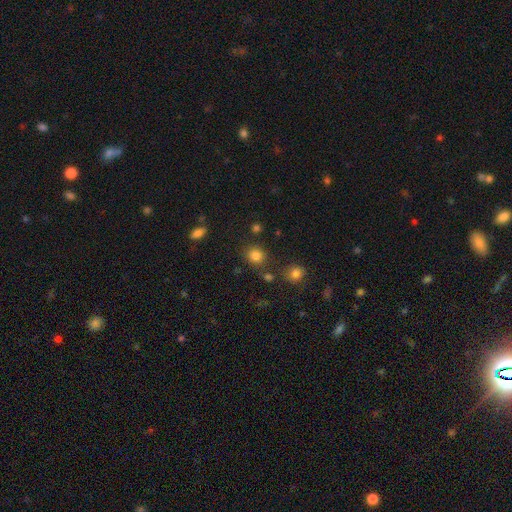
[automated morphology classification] smooth-or-featured: smooth: 82% | star or artifact: 13% | featured or disk: 5%
  how-rounded: round: 83% | in between: 16% | cigar-shaped: 1%
  merging: none: 78% | minor disturbance: 10% | merger: 8% | major disturbance: 4%